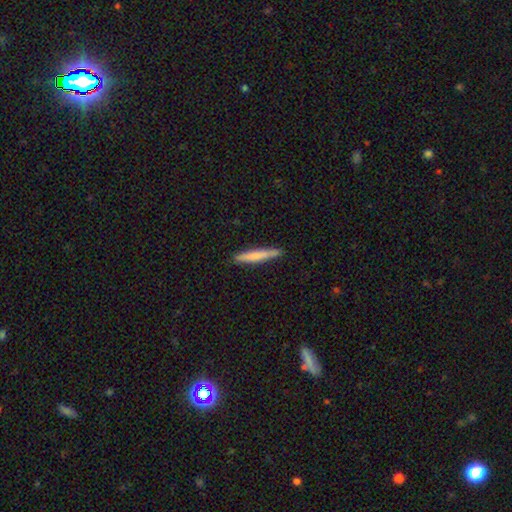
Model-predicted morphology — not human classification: The model was most divided on "smooth or featured": smooth: 71%, featured or disk: 24%, star or artifact: 5%. More confident: how rounded — cigar-shaped (94%); merging — none (86%).